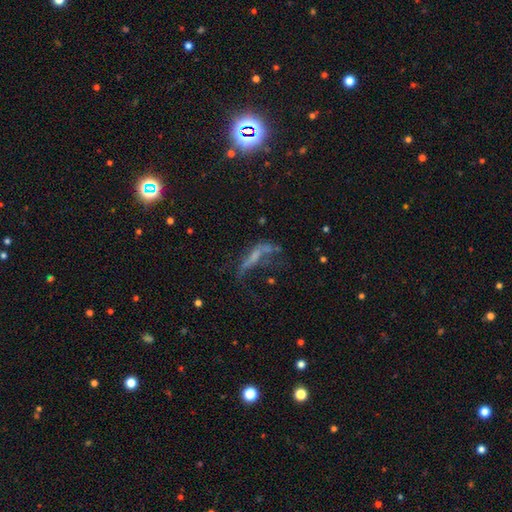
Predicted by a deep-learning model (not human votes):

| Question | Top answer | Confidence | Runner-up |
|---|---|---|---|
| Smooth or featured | featured or disk | 45% | smooth (30%) |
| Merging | major disturbance | 44% | none (27%) |